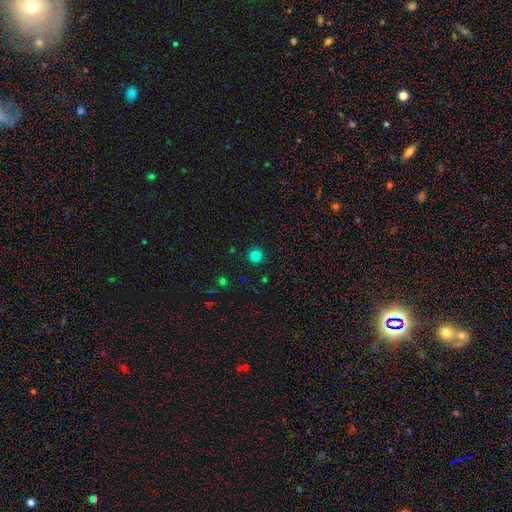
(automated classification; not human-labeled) This appears to be a smooth galaxy with no disk features (82%) that is round (96%). Merging: none (92%).